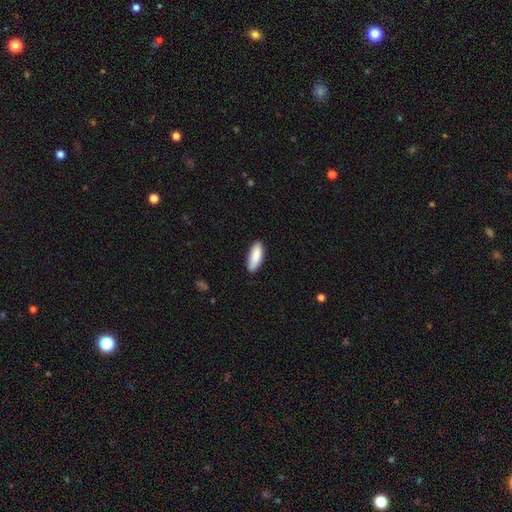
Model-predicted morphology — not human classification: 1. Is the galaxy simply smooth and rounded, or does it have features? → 88% smooth, 6% featured or disk, 6% star or artifact.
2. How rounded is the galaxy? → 71% in between, 28% cigar-shaped, 2% round.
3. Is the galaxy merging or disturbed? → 84% none, 13% minor disturbance, 2% major disturbance, 1% merger.